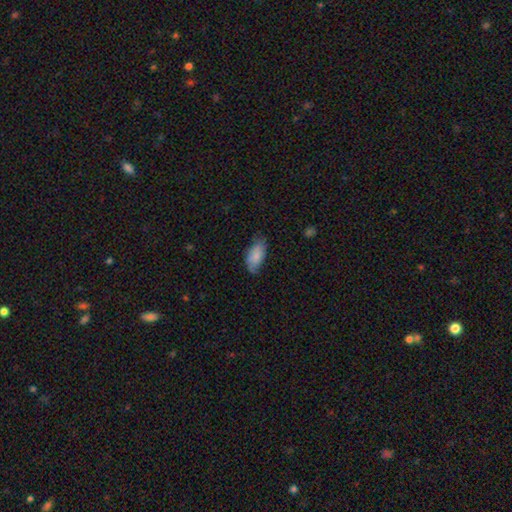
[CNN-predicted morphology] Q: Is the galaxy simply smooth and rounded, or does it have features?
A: smooth — 74%.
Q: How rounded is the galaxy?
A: in between — 92%.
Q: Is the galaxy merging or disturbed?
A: none — 60%.